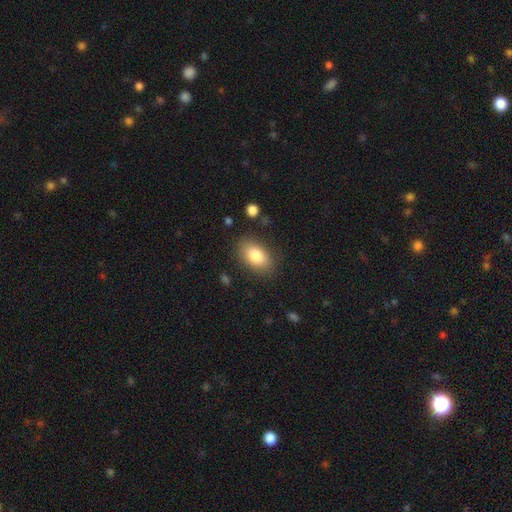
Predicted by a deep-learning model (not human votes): Smooth or featured: smooth — 83% (featured or disk — 10%)
How rounded: in between — 90% (round — 8%)
Merging: none — 84% (minor disturbance — 11%)